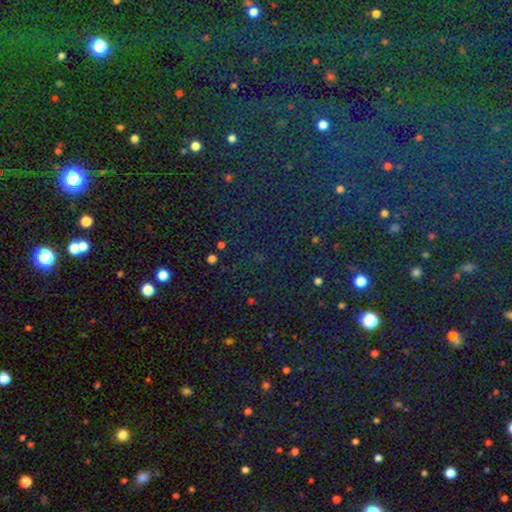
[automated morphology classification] Q: Smooth or featured?
A: star or artifact (82%); runner-up: smooth (11%)